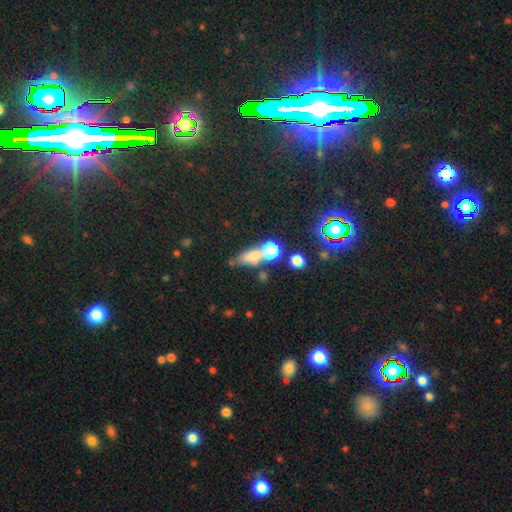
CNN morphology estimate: Smooth or featured?
  - smooth: 59% *
  - star or artifact: 22%
  - featured or disk: 19%
How rounded?
  - in between: 40% *
  - cigar-shaped: 33%
  - round: 27%
Merging?
  - none: 41% *
  - merger: 35%
  - minor disturbance: 13%
  - major disturbance: 11%